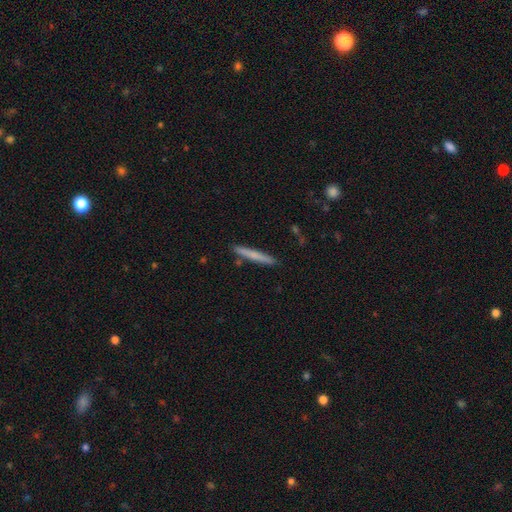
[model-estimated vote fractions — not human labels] Smooth or featured? Predicted: smooth (p=0.69). How rounded? Predicted: cigar-shaped (p=0.96). Merging? Predicted: none (p=0.87).